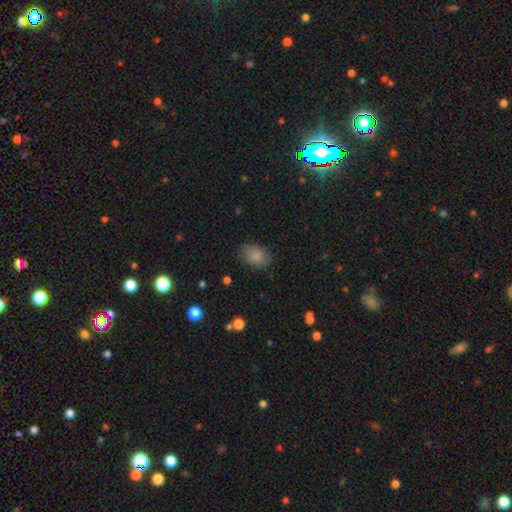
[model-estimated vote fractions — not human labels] Overall: smooth (86%). How rounded: in between (79%). Merging: none (81%).